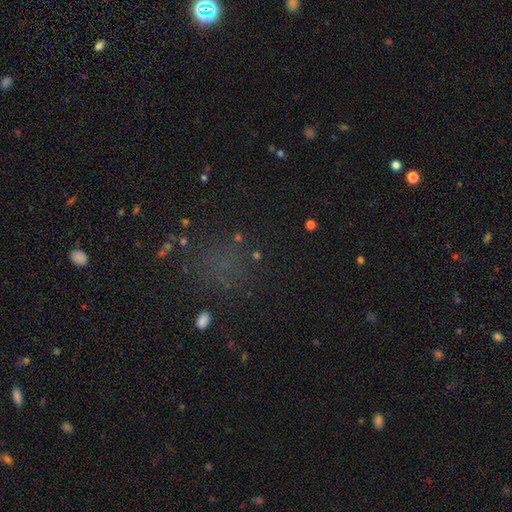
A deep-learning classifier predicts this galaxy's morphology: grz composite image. It shows a star or artifact, not a galaxy (46%).